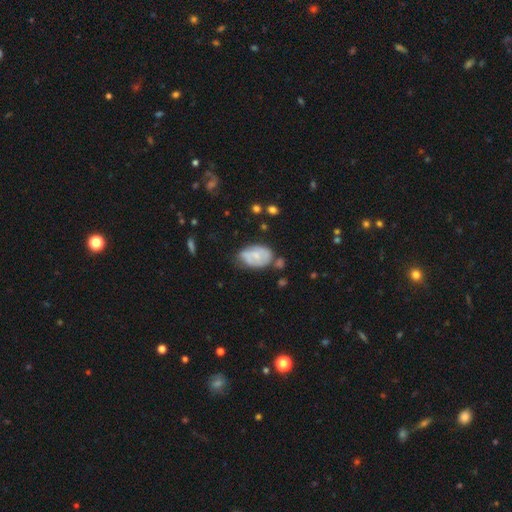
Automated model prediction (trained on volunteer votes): smooth-or-featured: smooth: 47% | featured or disk: 46% | star or artifact: 7%
  merging: none: 47% | minor disturbance: 35% | major disturbance: 11% | merger: 8%